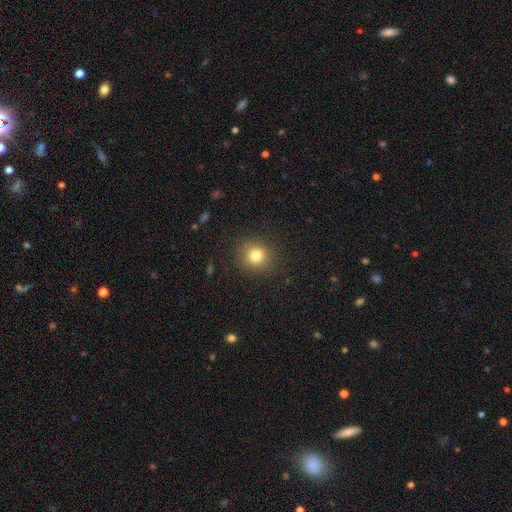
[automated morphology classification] Smooth or featured? Predicted: smooth (p=0.80). How rounded? Predicted: round (p=0.86). Merging? Predicted: none (p=0.88).